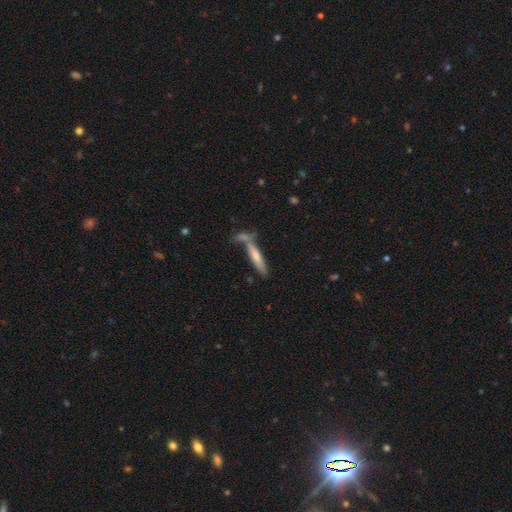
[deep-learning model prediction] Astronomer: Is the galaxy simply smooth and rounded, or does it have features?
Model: smooth — 66%.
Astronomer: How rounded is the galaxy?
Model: cigar-shaped — 87%.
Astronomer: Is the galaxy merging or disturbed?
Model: none — 59%.